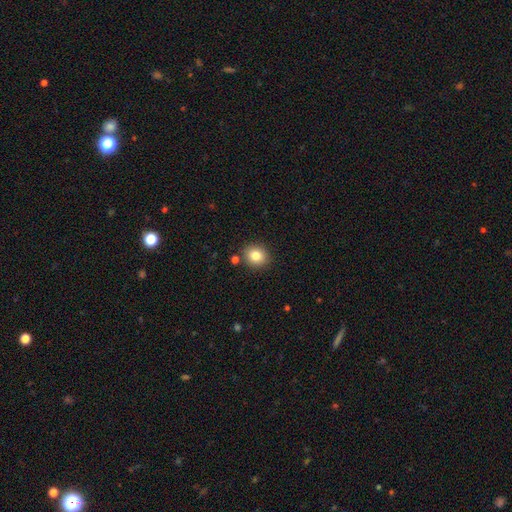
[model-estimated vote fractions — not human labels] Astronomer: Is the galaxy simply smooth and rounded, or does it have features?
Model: smooth — 83%.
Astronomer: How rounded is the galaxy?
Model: round — 74%.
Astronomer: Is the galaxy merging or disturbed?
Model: none — 86%.